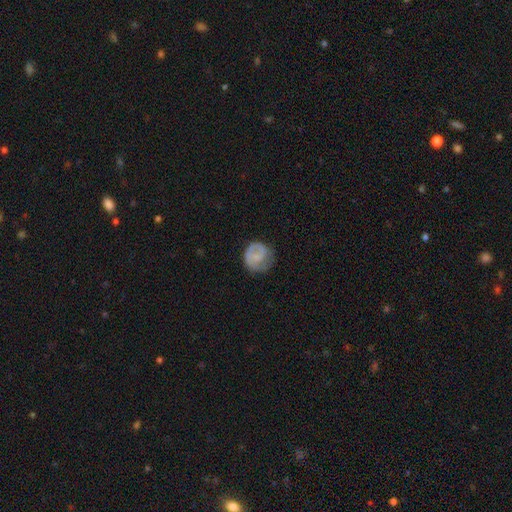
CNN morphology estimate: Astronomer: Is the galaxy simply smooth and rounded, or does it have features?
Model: smooth — 56% (runner-up: featured or disk, 37%).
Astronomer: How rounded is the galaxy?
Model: round — 83%.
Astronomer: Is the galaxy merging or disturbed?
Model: none — 56%.